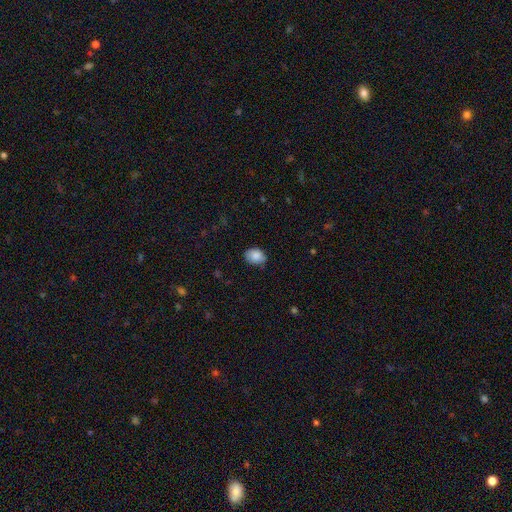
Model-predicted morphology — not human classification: Smooth or featured?
  - smooth: 86% *
  - star or artifact: 8%
  - featured or disk: 7%
How rounded?
  - in between: 66% *
  - round: 33%
  - cigar-shaped: 1%
Merging?
  - none: 76% *
  - minor disturbance: 20%
  - major disturbance: 3%
  - merger: 1%